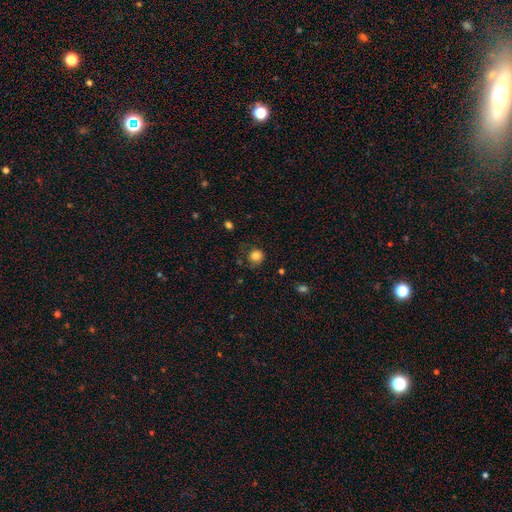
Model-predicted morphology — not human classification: smooth-or-featured: smooth: 83% | star or artifact: 11% | featured or disk: 6%
  how-rounded: round: 88% | in between: 11% | cigar-shaped: 1%
  merging: none: 73% | minor disturbance: 20% | major disturbance: 6% | merger: 2%